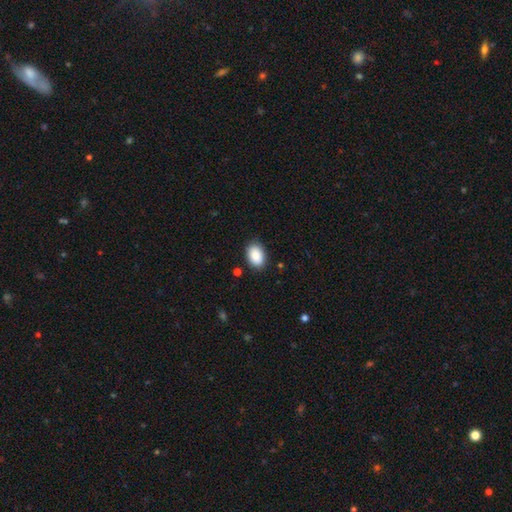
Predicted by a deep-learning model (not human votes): This appears to be a smooth galaxy with no disk features (89%) that is in between round and cigar-shaped (87%). Merging: none (86%).